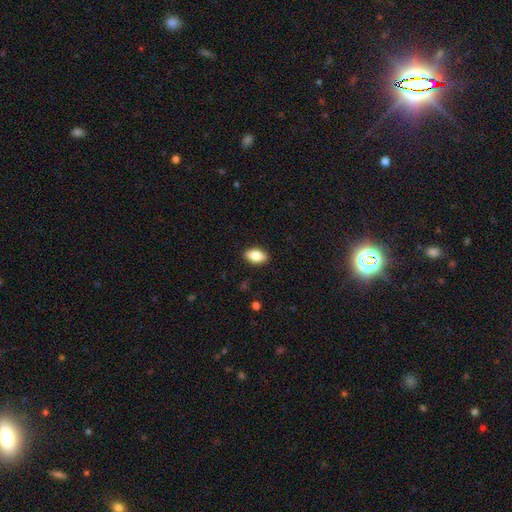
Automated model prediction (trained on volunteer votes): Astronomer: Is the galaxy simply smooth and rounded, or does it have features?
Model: smooth — 83%.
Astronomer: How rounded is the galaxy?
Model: in between — 91%.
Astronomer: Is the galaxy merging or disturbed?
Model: none — 89%.